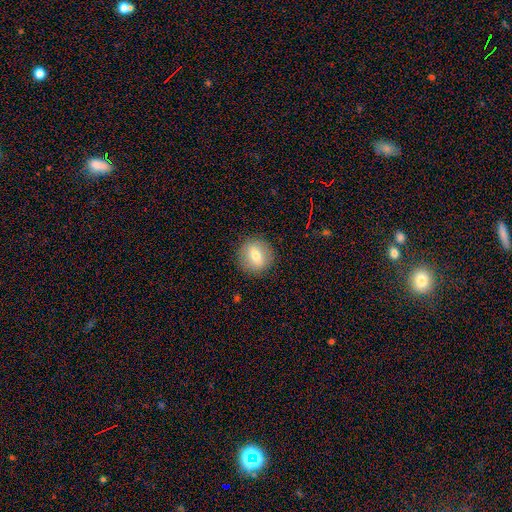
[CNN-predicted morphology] Smooth or featured: smooth — 67% (featured or disk — 23%)
How rounded: round — 88% (in between — 11%)
Merging: none — 88% (minor disturbance — 8%)